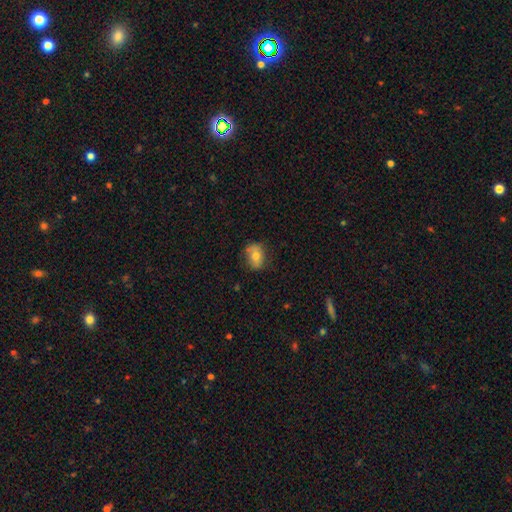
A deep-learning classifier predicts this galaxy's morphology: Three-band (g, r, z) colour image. It shows a smooth galaxy with no disk features (70%) that is in between round and cigar-shaped (63%). Merging: none (73%).